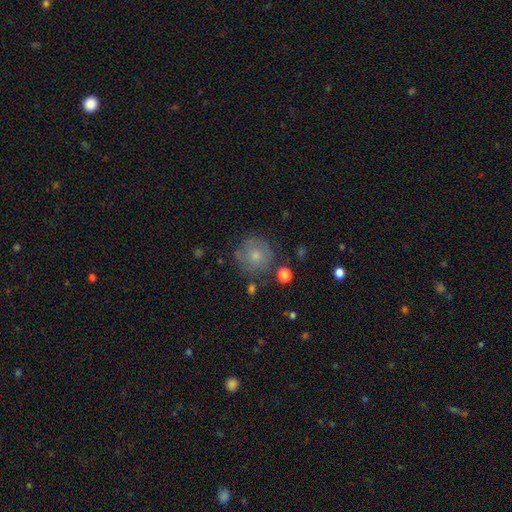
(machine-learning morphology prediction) smooth-or-featured: smooth: 66% | featured or disk: 23% | star or artifact: 11%
  how-rounded: round: 92% | in between: 7% | cigar-shaped: 1%
  merging: none: 71% | minor disturbance: 18% | major disturbance: 7% | merger: 4%